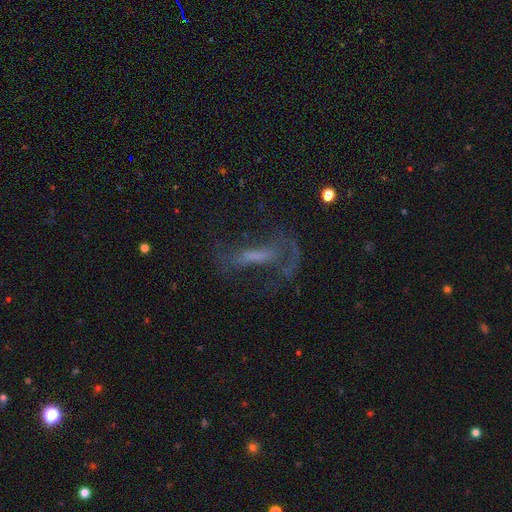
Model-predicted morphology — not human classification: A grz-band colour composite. It shows a featured or disk galaxy (69%) with a strong bar (43%), spiral arms (78%) and no central bulge (44%). Merging: none (49%).